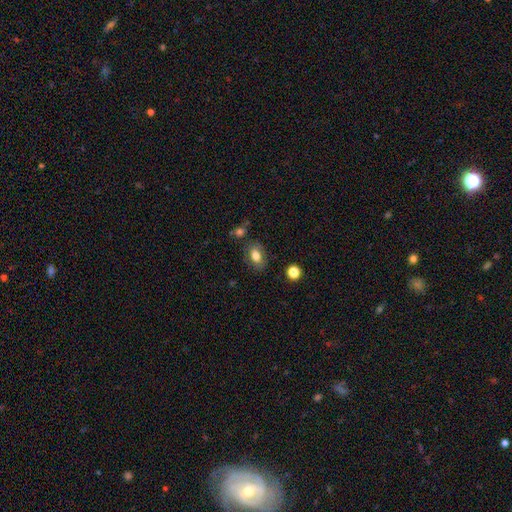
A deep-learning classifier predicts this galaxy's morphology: smooth_or_featured: smooth (p=0.77) [alt: featured or disk p=0.15]
how_rounded: in between (p=0.81) [alt: round p=0.17]
merging: none (p=0.77) [alt: minor disturbance p=0.14]